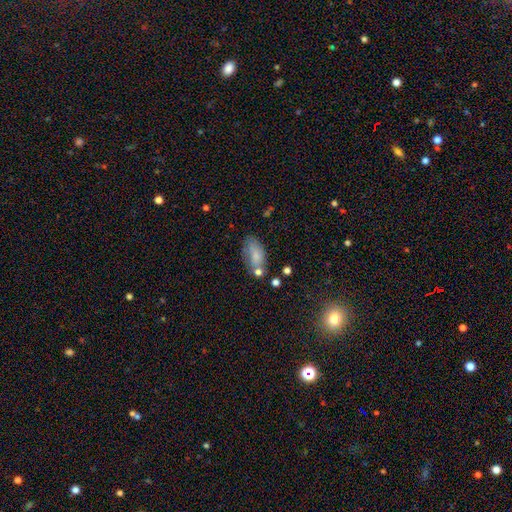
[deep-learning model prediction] The model was most divided on "merging": none: 51%, minor disturbance: 25%, merger: 13%, major disturbance: 11%. More confident: how rounded — in between (88%); smooth or featured — smooth (75%).